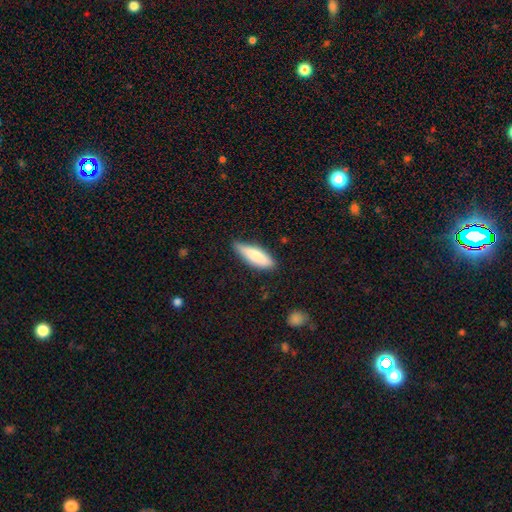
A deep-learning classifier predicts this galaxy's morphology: smooth 78%, featured or disk 17%, star or artifact 5%. Down the decision tree: how rounded — cigar-shaped (52%); merging — none (75%).